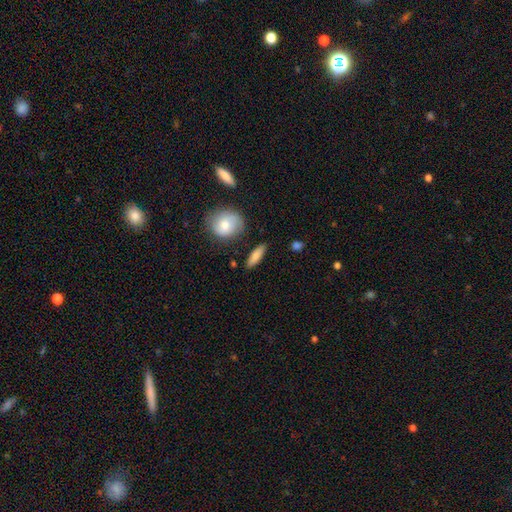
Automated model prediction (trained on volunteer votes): Morphology: type=smooth (81%); roundness=cigar-shaped (50%); merging=none (84%).